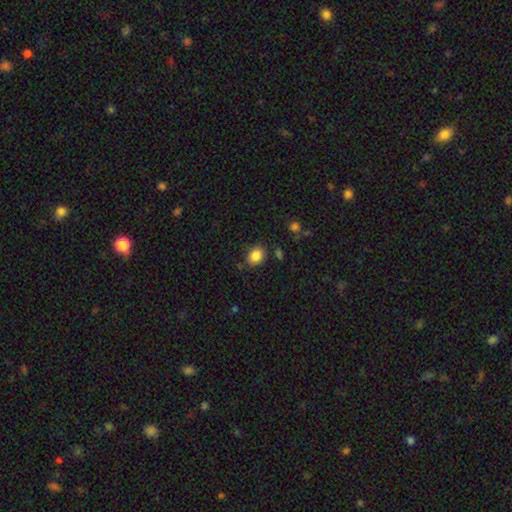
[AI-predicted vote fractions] smooth 86%, star or artifact 9%, featured or disk 5%. Down the decision tree: how rounded — in between (53%); merging — none (81%).